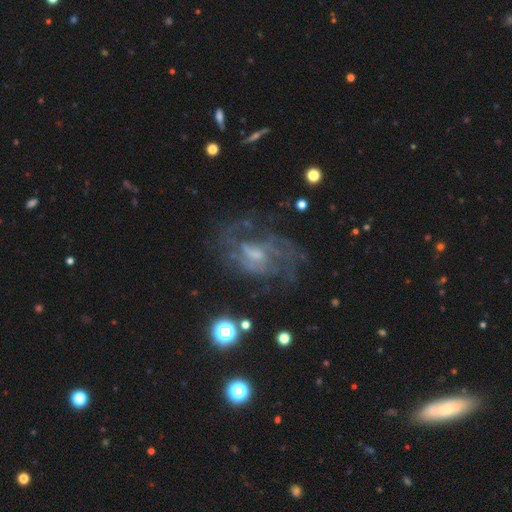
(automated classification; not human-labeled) Smooth or featured?
  - featured or disk: 76% *
  - smooth: 12%
  - star or artifact: 12%
Edge-on disk?
  - no: 97% *
  - yes: 3%
Bar?
  - no: 50% *
  - weak: 42%
  - strong: 8%
Spiral arms?
  - yes: 79% *
  - no: 21%
Spiral winding?
  - medium: 44% *
  - tight: 32%
  - loose: 24%
Spiral arm count?
  - can't tell: 44% *
  - 2: 24%
  - 3: 13%
  - 4: 7%
  - 1: 6%
  - more than 4: 5%
Bulge size?
  - small: 46% *
  - moderate: 32%
  - none: 18%
  - large: 3%
  - dominant: 1%
Merging?
  - none: 55% *
  - major disturbance: 24%
  - minor disturbance: 19%
  - merger: 3%